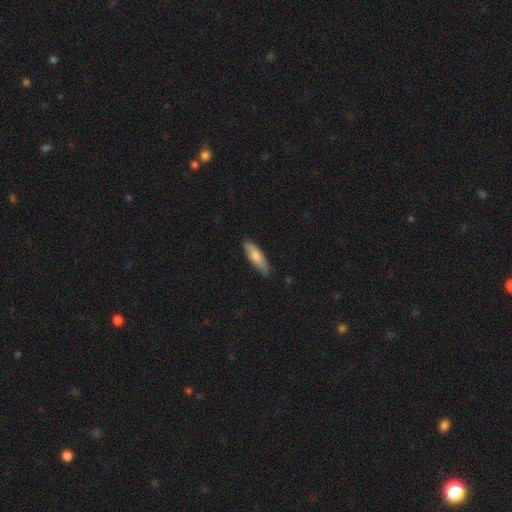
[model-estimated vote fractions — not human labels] smooth 76%, featured or disk 19%, star or artifact 5%. Down the decision tree: how rounded — cigar-shaped (51%); merging — none (83%).